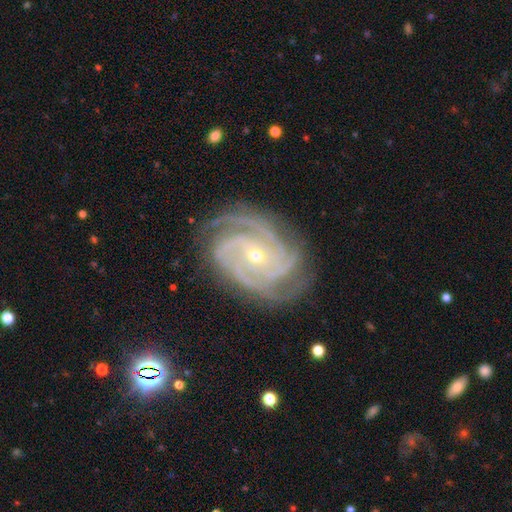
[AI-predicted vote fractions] Smooth or featured? featured or disk (92%)
Edge-on disk? no (98%)
Bar? no (65%)
Spiral arms? yes (99%)
Spiral winding? tight (71%)
Spiral arm count? 4 (35%)
Bulge size? small (69%)
Merging? none (78%)